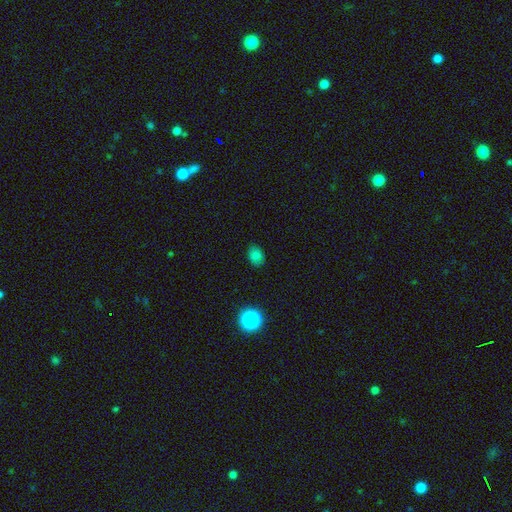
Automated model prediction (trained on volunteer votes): Smooth or featured: smooth — 79% (star or artifact — 16%)
How rounded: in between — 66% (round — 33%)
Merging: none — 83% (minor disturbance — 12%)